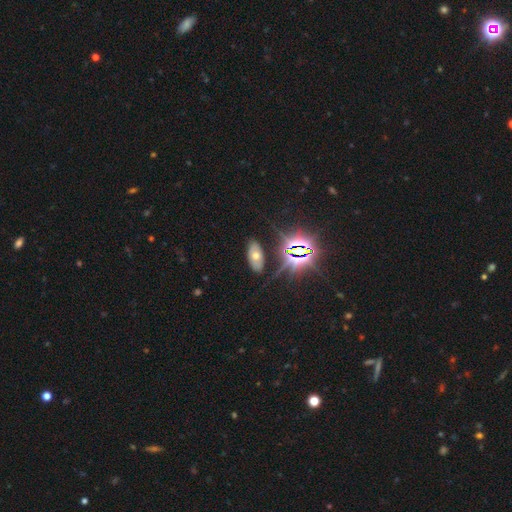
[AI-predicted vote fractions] smooth_or_featured: star or artifact (p=0.40) [alt: smooth p=0.37]